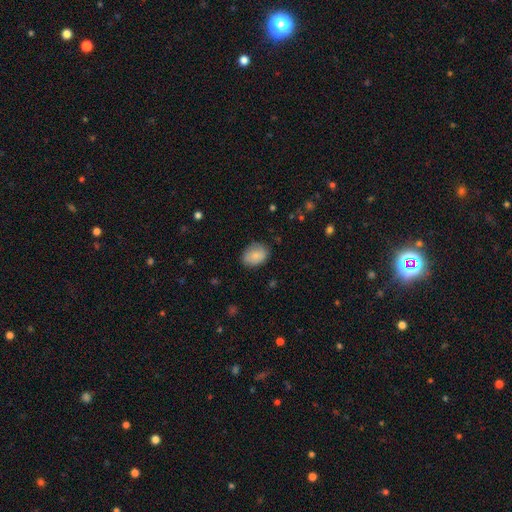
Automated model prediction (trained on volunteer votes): This appears to be a smooth galaxy with no disk features (83%) that is in between round and cigar-shaped (71%). Merging: none (76%).